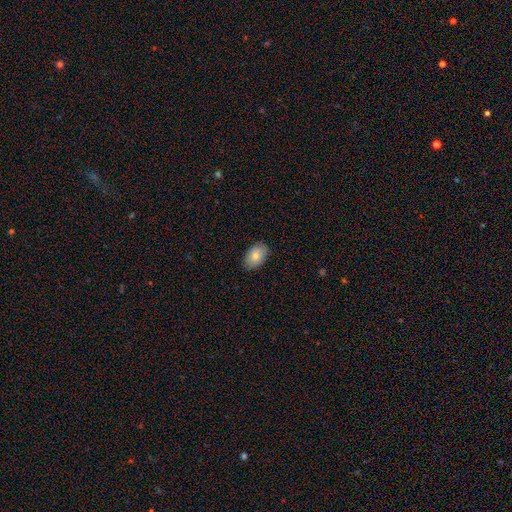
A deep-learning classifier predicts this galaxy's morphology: smooth-or-featured: smooth: 81% | featured or disk: 13% | star or artifact: 7%
  how-rounded: in between: 90% | round: 8% | cigar-shaped: 1%
  merging: none: 87% | minor disturbance: 10% | major disturbance: 2% | merger: 1%